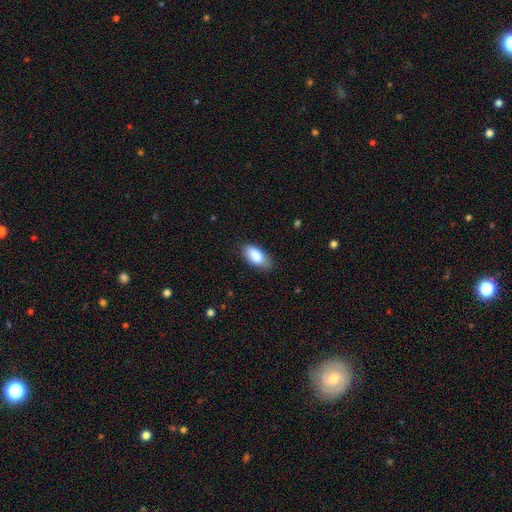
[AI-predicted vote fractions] smooth_or_featured: smooth (p=0.87) [alt: featured or disk p=0.07]
how_rounded: in between (p=0.92) [alt: cigar-shaped p=0.05]
merging: none (p=0.80) [alt: minor disturbance p=0.16]